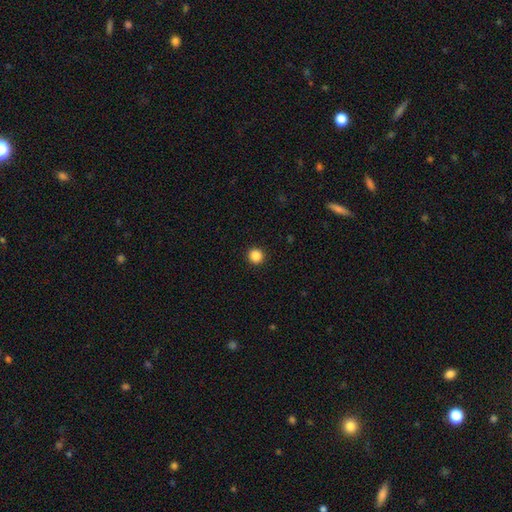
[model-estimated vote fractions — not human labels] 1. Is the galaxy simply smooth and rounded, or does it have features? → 87% smooth, 10% star or artifact, 3% featured or disk.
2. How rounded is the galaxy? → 95% round, 4% in between, 1% cigar-shaped.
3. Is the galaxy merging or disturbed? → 93% none, 4% minor disturbance, 2% major disturbance, 1% merger.